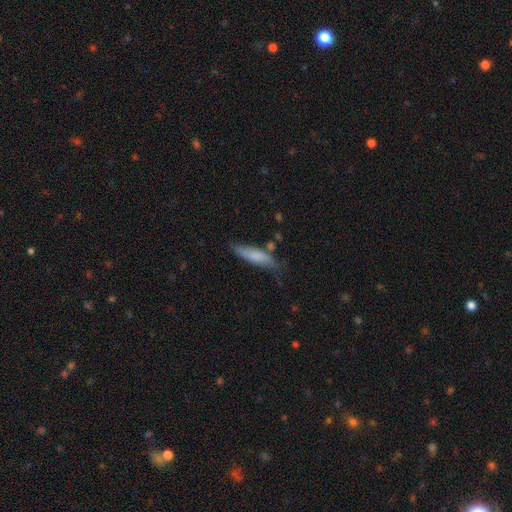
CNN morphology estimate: smooth-or-featured: smooth: 71% | featured or disk: 22% | star or artifact: 6%
  how-rounded: cigar-shaped: 73% | in between: 25% | round: 2%
  merging: none: 63% | minor disturbance: 26% | major disturbance: 6% | merger: 5%